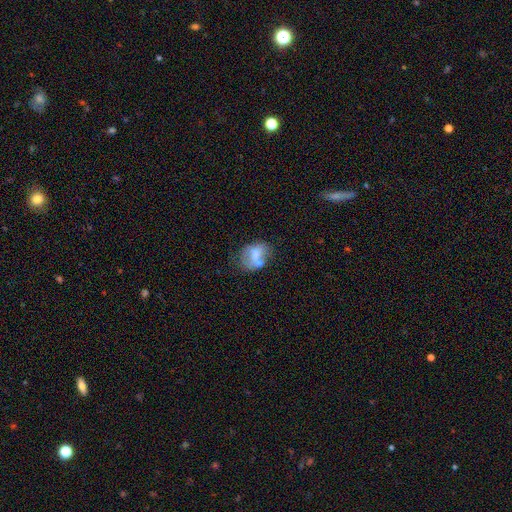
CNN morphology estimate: A smooth galaxy with no disk features (53%) that is in between round and cigar-shaped (65%).

Vote fractions:
- Smooth or featured? smooth: 53% / featured or disk: 38% / star or artifact: 9%
- How rounded? in between: 65% / round: 34% / cigar-shaped: 1%
- Merging? none: 35% / merger: 27% / minor disturbance: 23% / major disturbance: 16%